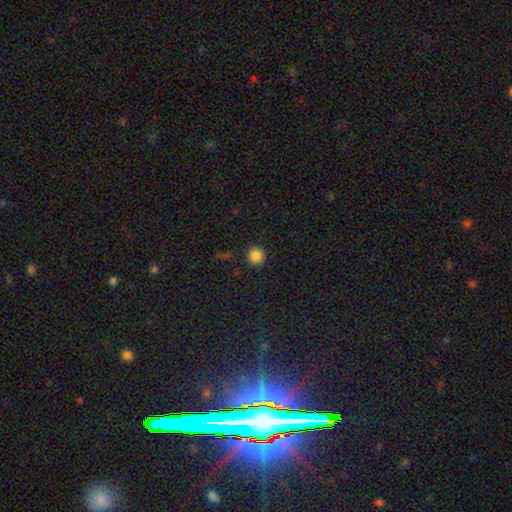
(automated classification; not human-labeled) The model was most divided on "smooth or featured": smooth: 84%, star or artifact: 11%, featured or disk: 5%. More confident: how rounded — round (94%); merging — none (90%).